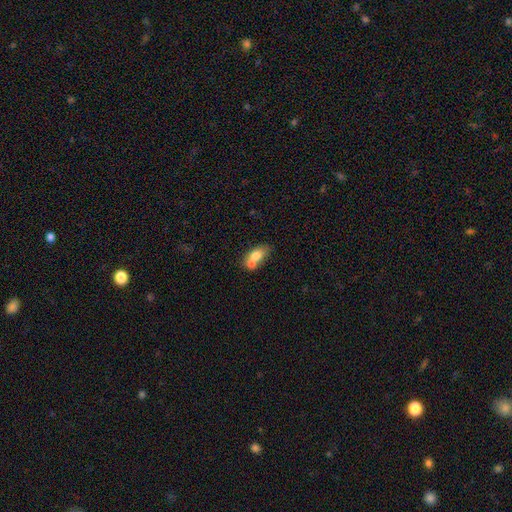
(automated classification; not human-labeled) Q: Smooth or featured?
A: smooth (71%); runner-up: featured or disk (21%)
Q: How rounded?
A: in between (79%); runner-up: round (16%)
Q: Merging?
A: merger (53%); runner-up: none (32%)